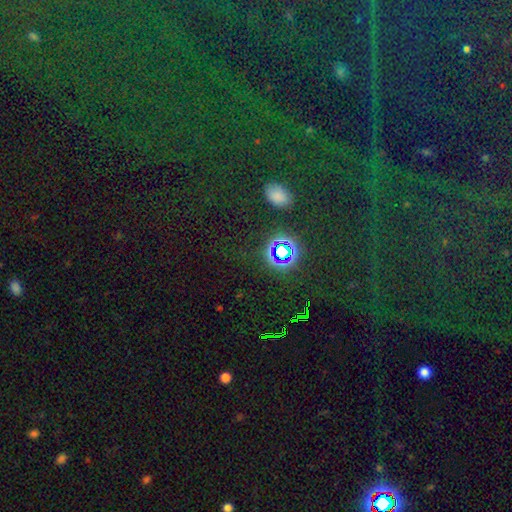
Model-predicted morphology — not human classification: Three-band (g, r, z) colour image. It shows a star or artifact, not a galaxy (70%).